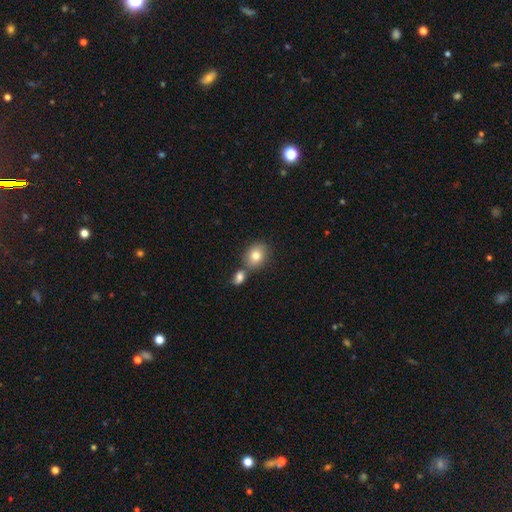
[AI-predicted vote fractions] Smooth or featured? Predicted: smooth (p=0.80). How rounded? Predicted: round (p=0.53). Merging? Predicted: none (p=0.56).